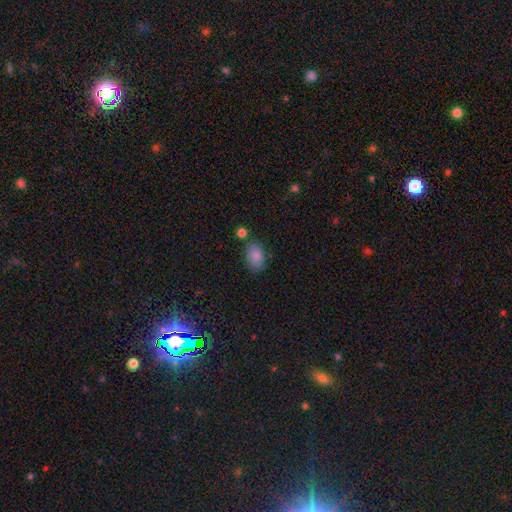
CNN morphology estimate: Q: Smooth or featured?
A: smooth (86%); runner-up: star or artifact (8%)
Q: How rounded?
A: in between (88%); runner-up: round (11%)
Q: Merging?
A: none (73%); runner-up: minor disturbance (16%)